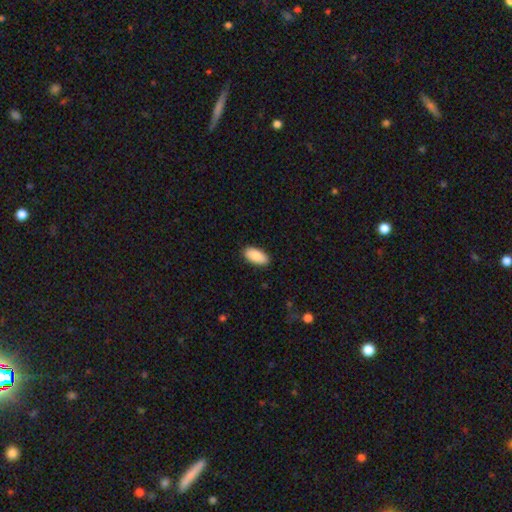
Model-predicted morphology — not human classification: The model was most divided on "merging": none: 89%, minor disturbance: 8%, major disturbance: 2%, merger: 1%. More confident: how rounded — in between (93%); smooth or featured — smooth (89%).